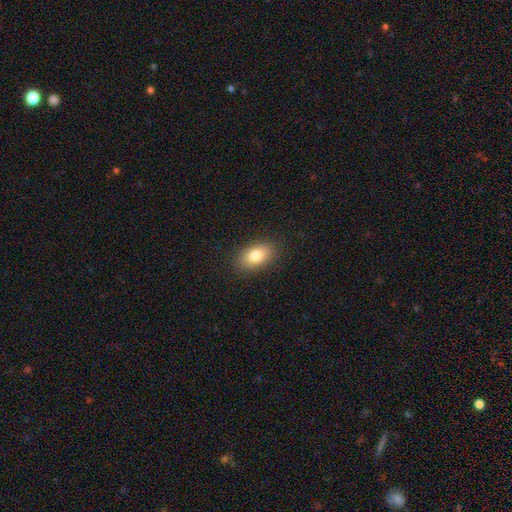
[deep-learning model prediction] smooth 82%, featured or disk 10%, star or artifact 8%. Down the decision tree: how rounded — in between (89%); merging — none (87%).